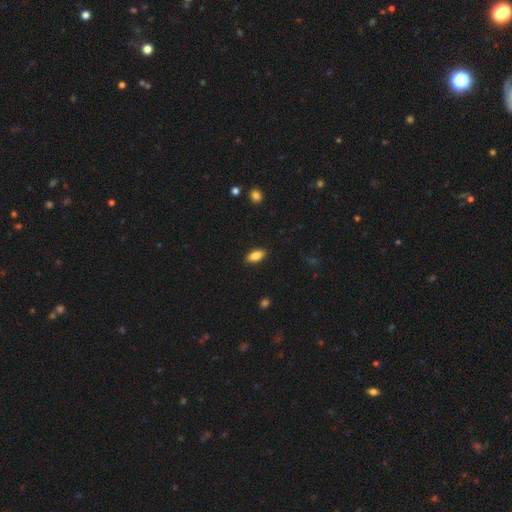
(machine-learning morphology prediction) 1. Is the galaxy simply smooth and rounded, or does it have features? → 81% smooth, 12% featured or disk, 7% star or artifact.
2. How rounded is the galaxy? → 88% in between, 9% cigar-shaped, 3% round.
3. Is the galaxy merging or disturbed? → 89% none, 8% minor disturbance, 2% major disturbance, 1% merger.